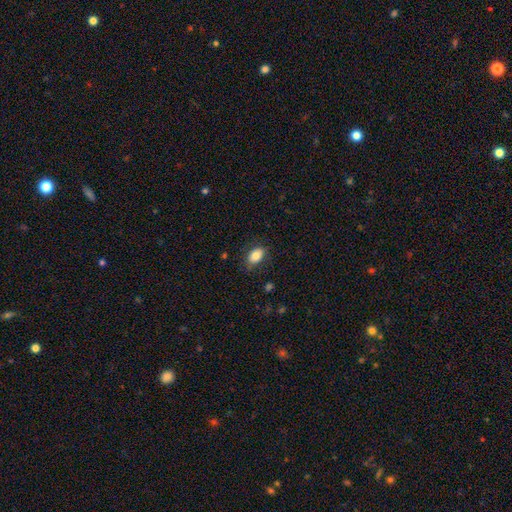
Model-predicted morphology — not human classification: Smooth or featured? Predicted: smooth (p=0.82). How rounded? Predicted: in between (p=0.86). Merging? Predicted: none (p=0.79).